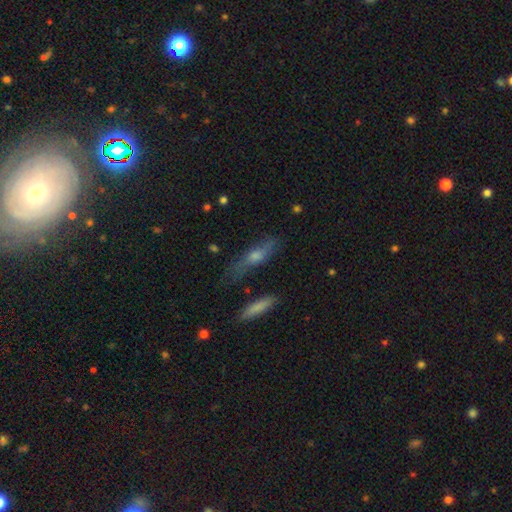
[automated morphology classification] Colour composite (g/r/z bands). It shows a featured or disk galaxy (45%). Merging: none (69%).